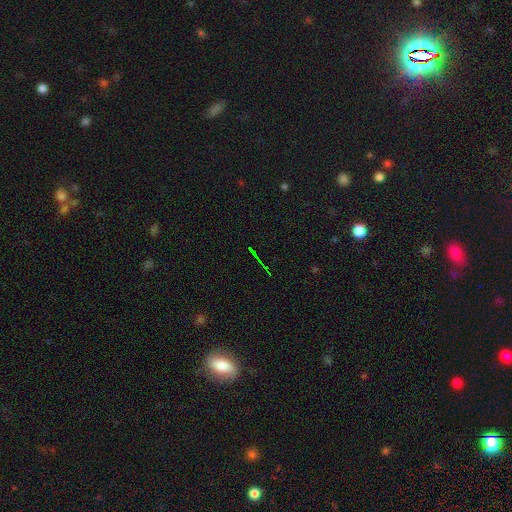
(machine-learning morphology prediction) Smooth or featured? star or artifact (74%)